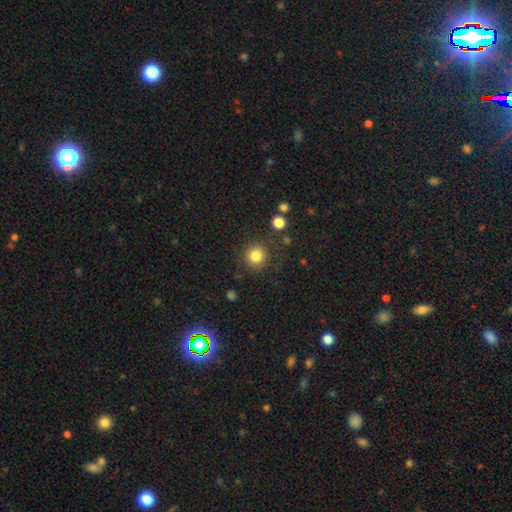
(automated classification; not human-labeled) smooth 83%, star or artifact 11%, featured or disk 5%. Down the decision tree: how rounded — round (93%); merging — none (86%).